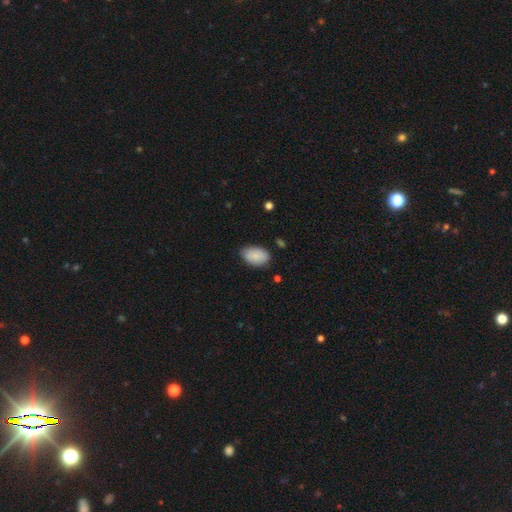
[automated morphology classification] A smooth galaxy with no disk features (87%) that is in between round and cigar-shaped (92%).

Vote fractions:
- Smooth or featured? smooth: 87% / star or artifact: 6% / featured or disk: 6%
- How rounded? in between: 92% / round: 7% / cigar-shaped: 1%
- Merging? none: 79% / minor disturbance: 16% / major disturbance: 3% / merger: 1%